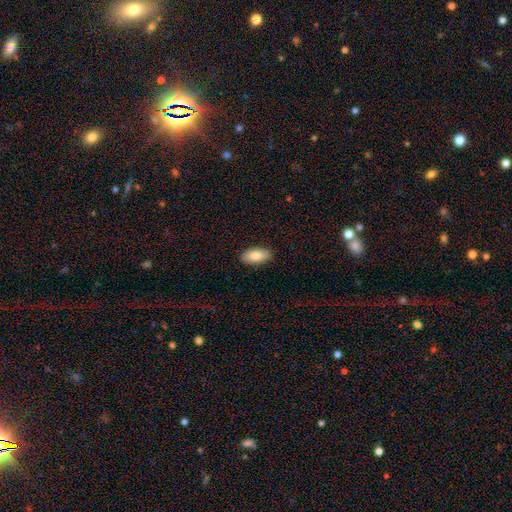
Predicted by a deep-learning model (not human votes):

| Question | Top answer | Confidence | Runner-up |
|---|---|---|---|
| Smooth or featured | smooth | 84% | featured or disk (10%) |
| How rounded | in between | 91% | cigar-shaped (6%) |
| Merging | none | 86% | minor disturbance (11%) |